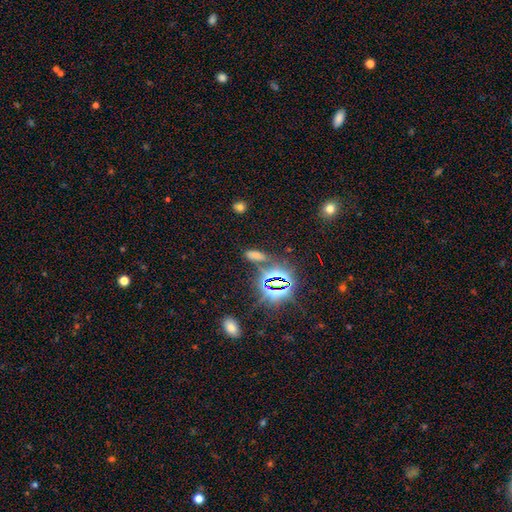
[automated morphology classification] Q: Smooth or featured?
A: smooth (51%); runner-up: star or artifact (41%)
Q: How rounded?
A: in between (67%); runner-up: cigar-shaped (26%)
Q: Merging?
A: none (73%); runner-up: minor disturbance (13%)